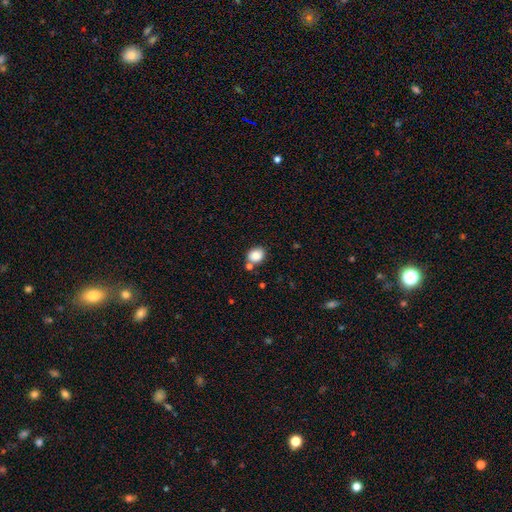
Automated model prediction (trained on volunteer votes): A smooth galaxy with no disk features (86%) that is round (51%).

Vote fractions:
- Smooth or featured? smooth: 86% / star or artifact: 9% / featured or disk: 5%
- How rounded? round: 51% / in between: 48% / cigar-shaped: 1%
- Merging? none: 68% / merger: 15% / minor disturbance: 13% / major disturbance: 4%